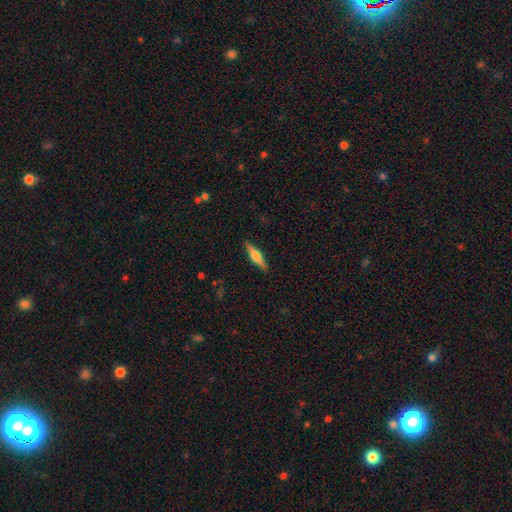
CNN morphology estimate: smooth-or-featured: featured or disk: 53% | smooth: 41% | star or artifact: 6%
  disk-edge-on: yes: 96% | no: 4%
    edge-on-bulge: rounded: 83% | boxy: 12% | none: 5%
  merging: none: 89% | minor disturbance: 8% | major disturbance: 2% | merger: 1%